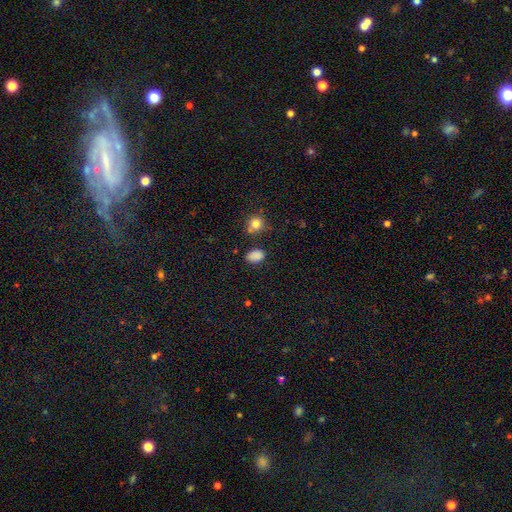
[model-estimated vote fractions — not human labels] Overall: smooth (85%). How rounded: in between (84%). Merging: none (80%).